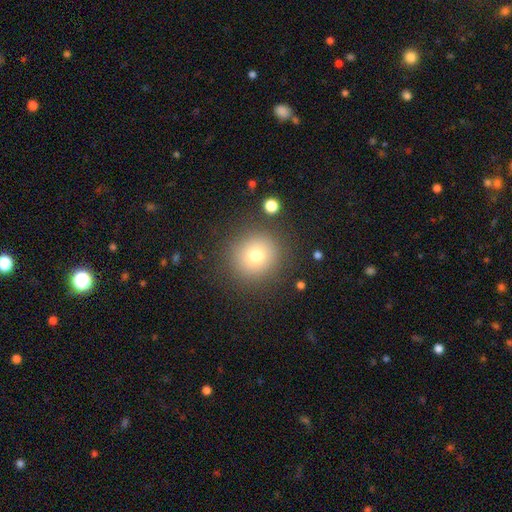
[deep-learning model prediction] smooth_or_featured: smooth (p=0.75) [alt: star or artifact p=0.14]
how_rounded: round (p=0.91) [alt: in between p=0.08]
merging: none (p=0.87) [alt: minor disturbance p=0.08]